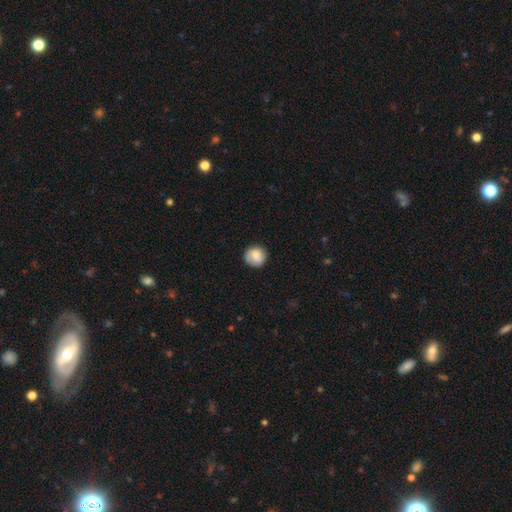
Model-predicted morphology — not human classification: Overall: smooth (71%). How rounded: round (89%). Merging: none (79%).